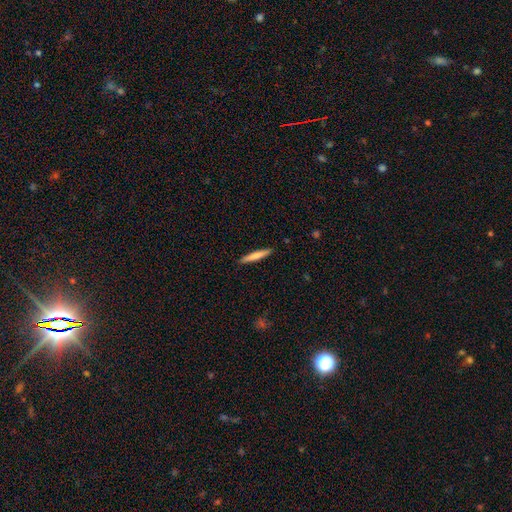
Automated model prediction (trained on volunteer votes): The model was most divided on "smooth or featured": smooth: 74%, featured or disk: 21%, star or artifact: 5%. More confident: how rounded — cigar-shaped (94%); merging — none (91%).